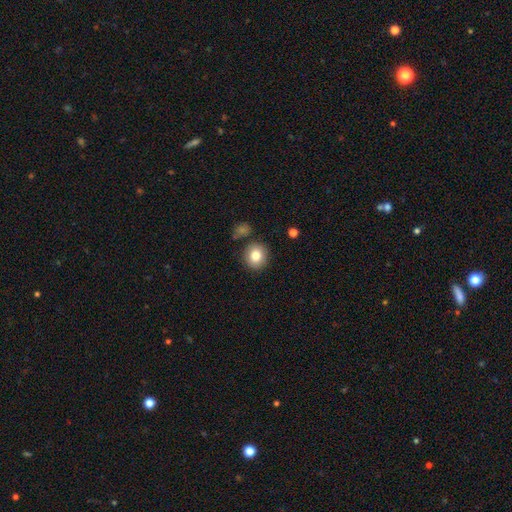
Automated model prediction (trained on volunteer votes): This appears to be a smooth galaxy with no disk features (82%) that is round (84%). Merging: none (83%).